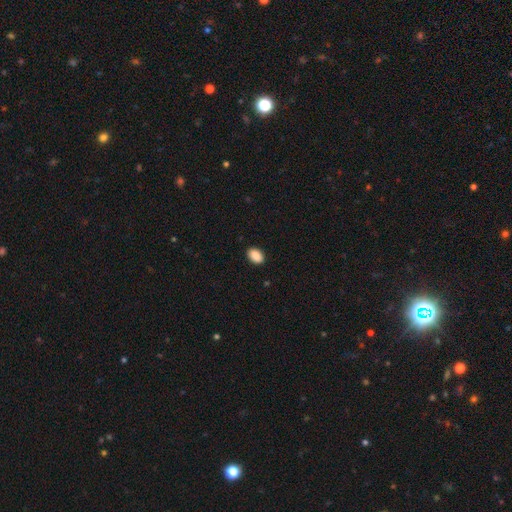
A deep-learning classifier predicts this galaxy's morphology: The model was most divided on "how rounded": in between: 87%, round: 12%, cigar-shaped: 1%. More confident: smooth or featured — smooth (90%); merging — none (90%).